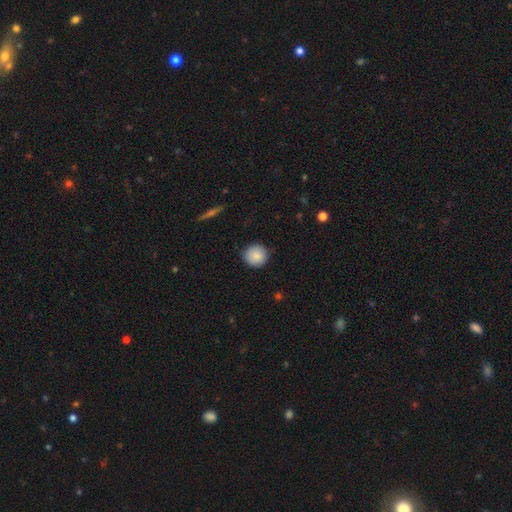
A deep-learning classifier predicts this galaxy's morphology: This appears to be a smooth galaxy with no disk features (87%) that is round (93%). Merging: none (89%).